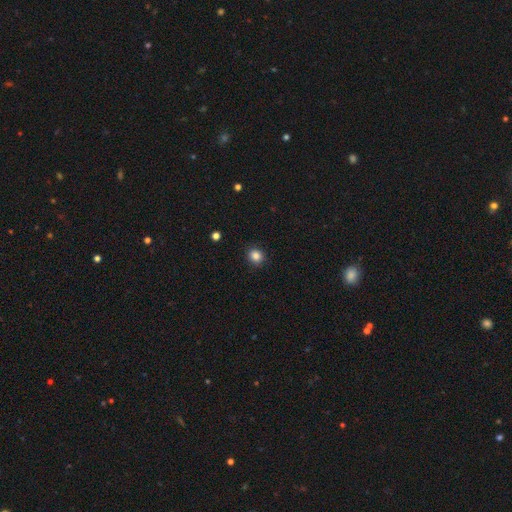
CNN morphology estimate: smooth 85%, star or artifact 11%, featured or disk 4%. Down the decision tree: how rounded — round (79%); merging — none (89%).